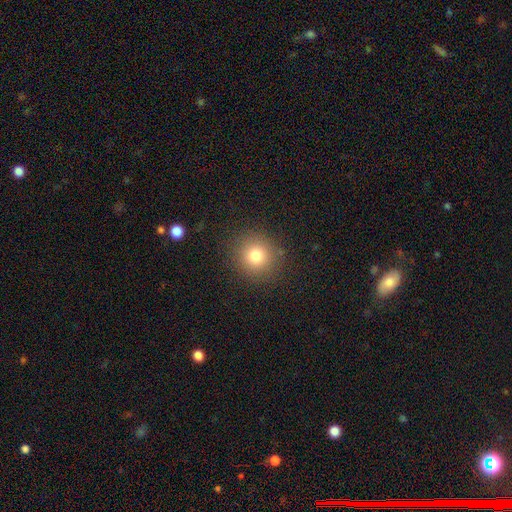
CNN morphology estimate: Smooth or featured? smooth (78%)
How rounded? round (92%)
Merging? none (89%)